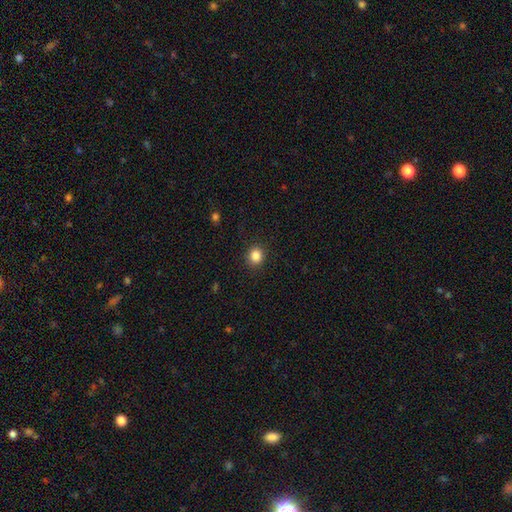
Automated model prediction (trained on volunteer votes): This appears to be a smooth galaxy with no disk features (85%) that is round (79%). Merging: none (90%).